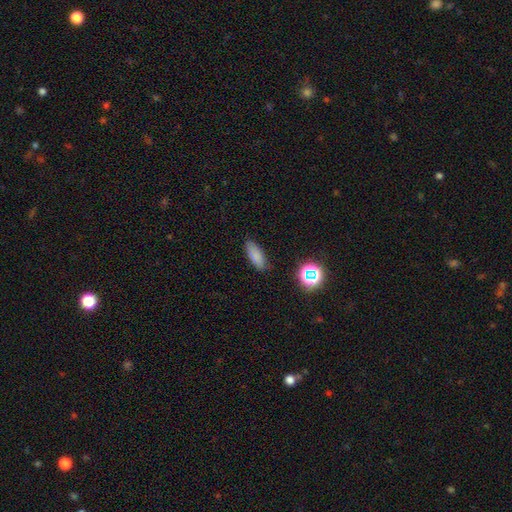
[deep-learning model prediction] A smooth galaxy with no disk features (79%) that is in between round and cigar-shaped (72%).

Vote fractions:
- Smooth or featured? smooth: 79% / star or artifact: 13% / featured or disk: 8%
- How rounded? in between: 72% / cigar-shaped: 24% / round: 3%
- Merging? none: 82% / minor disturbance: 13% / major disturbance: 3% / merger: 2%